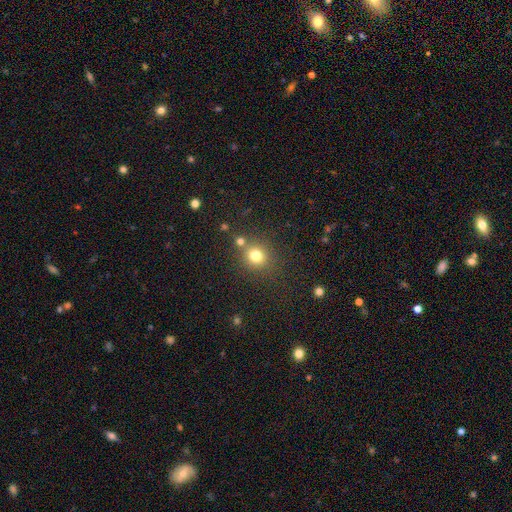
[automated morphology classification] A smooth galaxy with no disk features (77%) that is round (85%). Merging: none (73%).